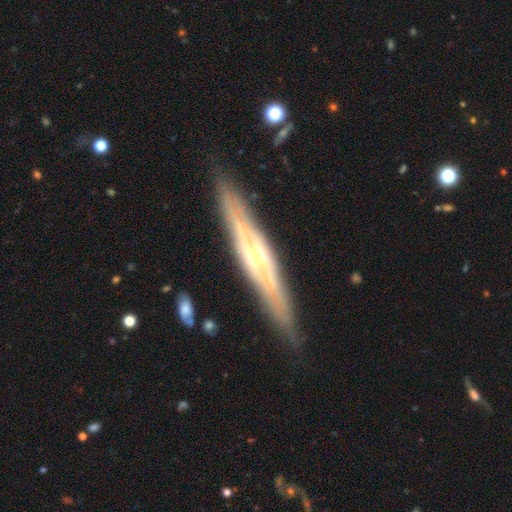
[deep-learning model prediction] Overall: featured or disk (77%). Edge-on disk: yes (79%). Edge-on bulge: rounded (78%). Merging: none (84%).